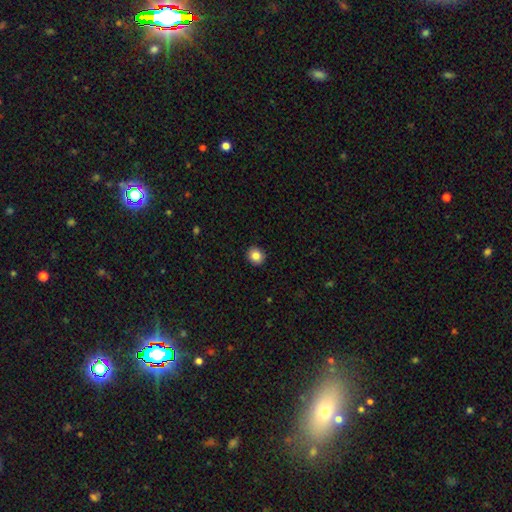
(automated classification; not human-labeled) This is clearly a smooth galaxy (84%). How rounded: clearly round (82%). Merging: clearly none (92%).